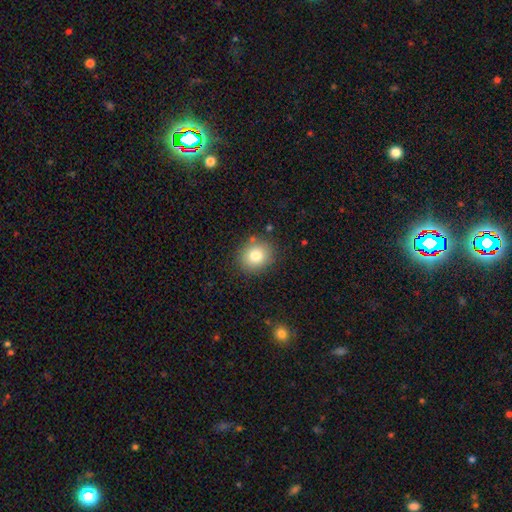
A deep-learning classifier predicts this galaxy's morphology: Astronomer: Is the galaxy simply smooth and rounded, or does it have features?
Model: smooth — 80%.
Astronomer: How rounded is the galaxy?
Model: round — 79%.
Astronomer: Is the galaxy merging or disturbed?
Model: none — 85%.